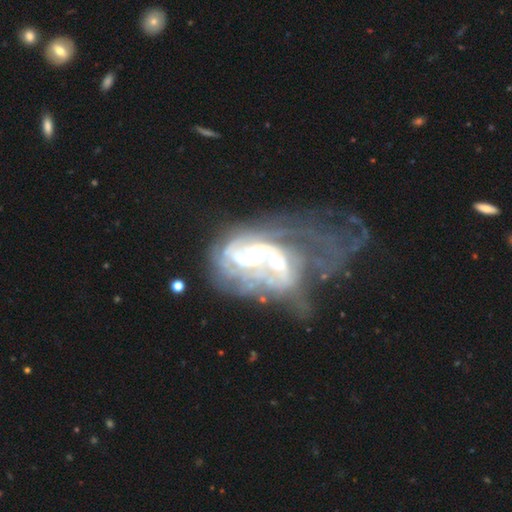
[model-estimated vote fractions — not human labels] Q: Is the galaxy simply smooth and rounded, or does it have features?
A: featured or disk — 83%.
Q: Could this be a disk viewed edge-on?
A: no — 97%.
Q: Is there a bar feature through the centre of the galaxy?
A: no — 57%.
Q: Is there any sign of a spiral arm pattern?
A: yes — 81%.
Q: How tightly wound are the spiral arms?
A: tight — 37%, tied with medium.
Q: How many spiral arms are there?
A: can't tell — 41%.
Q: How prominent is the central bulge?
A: moderate — 58%.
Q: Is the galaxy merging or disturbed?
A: merger — 66%.